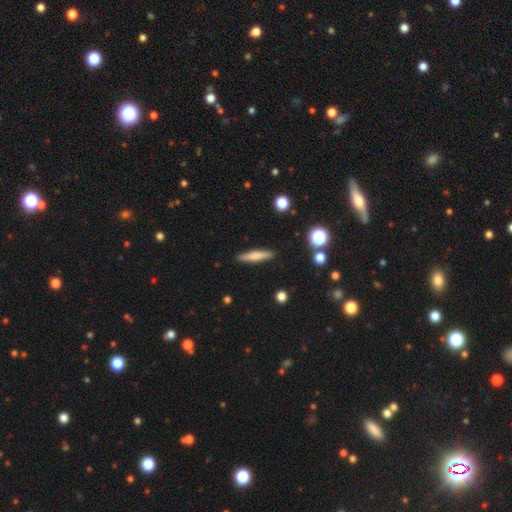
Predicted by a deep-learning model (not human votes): Q: Smooth or featured?
A: smooth (58%); runner-up: featured or disk (35%)
Q: How rounded?
A: cigar-shaped (86%); runner-up: in between (11%)
Q: Merging?
A: none (90%); runner-up: minor disturbance (7%)